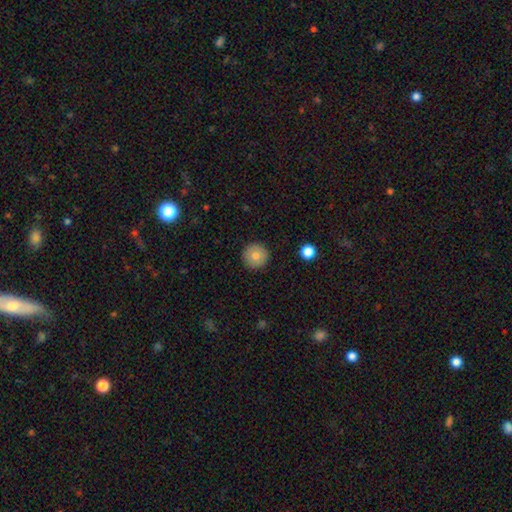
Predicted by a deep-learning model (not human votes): Smooth or featured?
  - smooth: 79% *
  - featured or disk: 13%
  - star or artifact: 9%
How rounded?
  - round: 96% *
  - in between: 3%
  - cigar-shaped: 1%
Merging?
  - none: 93% *
  - minor disturbance: 5%
  - major disturbance: 2%
  - merger: 1%